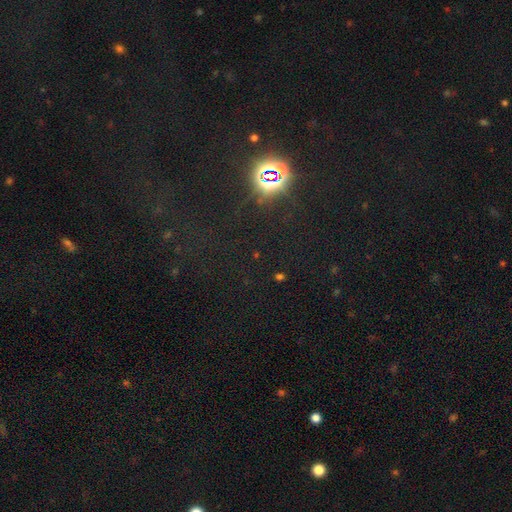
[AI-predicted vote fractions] The model was most divided on "smooth or featured": star or artifact: 76%, smooth: 15%, featured or disk: 9%.